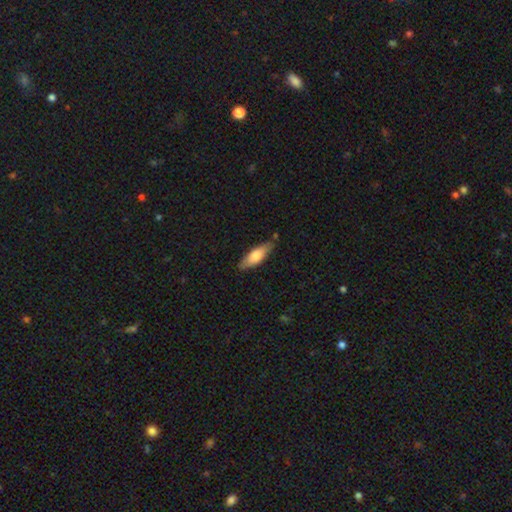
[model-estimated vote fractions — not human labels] Smooth or featured: smooth — 71% (featured or disk — 24%)
How rounded: in between — 53% (cigar-shaped — 45%)
Merging: none — 80% (minor disturbance — 15%)